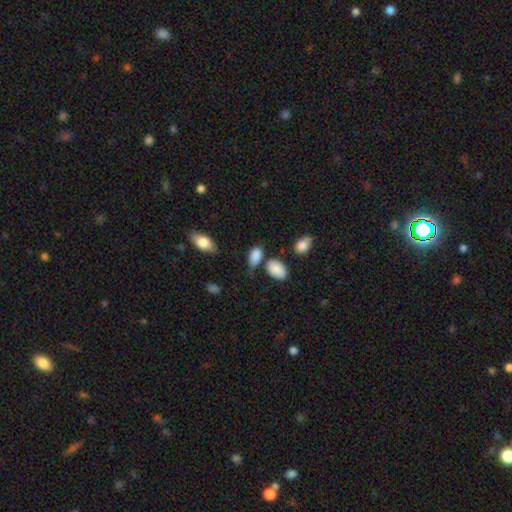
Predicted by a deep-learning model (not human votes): Smooth or featured? Predicted: smooth (p=0.85). How rounded? Predicted: in between (p=0.89). Merging? Predicted: none (p=0.52).